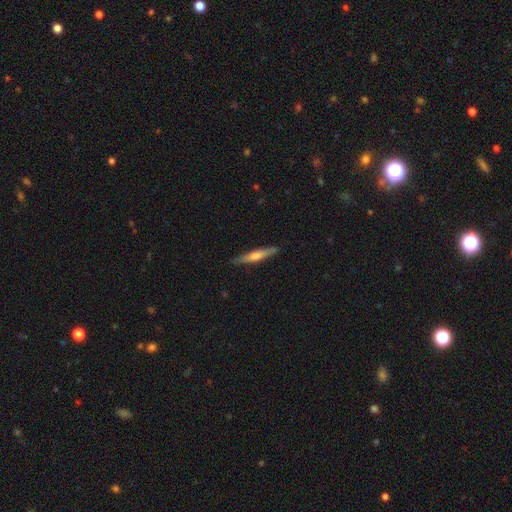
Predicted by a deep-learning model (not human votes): A featured or disk galaxy (61%) viewed edge-on (97%) with a rounded central bulge (71%).

Vote fractions:
- Smooth or featured? featured or disk: 61% / smooth: 34% / star or artifact: 6%
- Edge-on disk? yes: 97% / no: 3%
- Edge-on bulge? rounded: 71% / boxy: 17% / none: 12%
- Merging? none: 89% / minor disturbance: 9% / major disturbance: 2% / merger: 1%